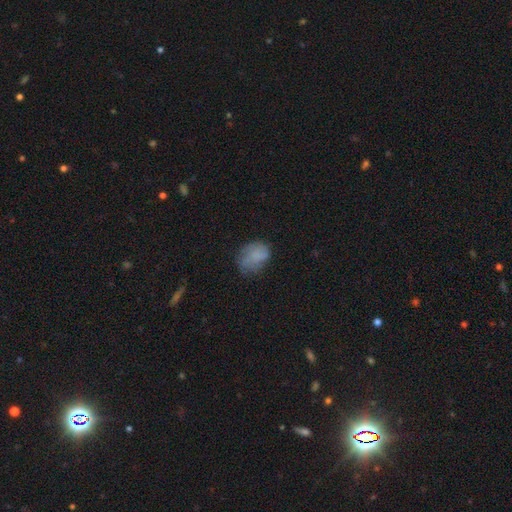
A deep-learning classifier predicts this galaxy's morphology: Q: Smooth or featured?
A: smooth (70%); runner-up: featured or disk (20%)
Q: How rounded?
A: in between (65%); runner-up: round (34%)
Q: Merging?
A: none (51%); runner-up: minor disturbance (31%)